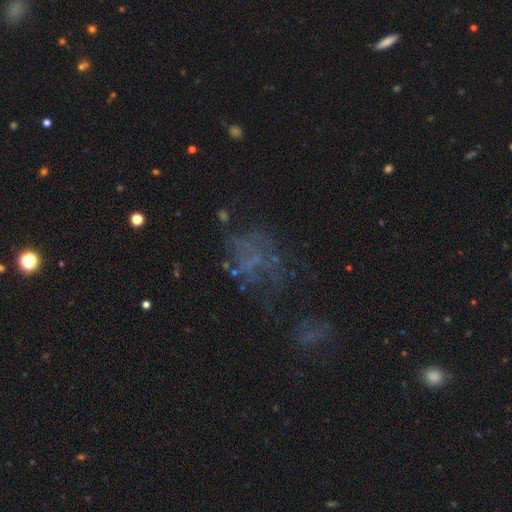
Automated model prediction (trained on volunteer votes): Smooth or featured?
  - star or artifact: 40% *
  - featured or disk: 39%
  - smooth: 22%